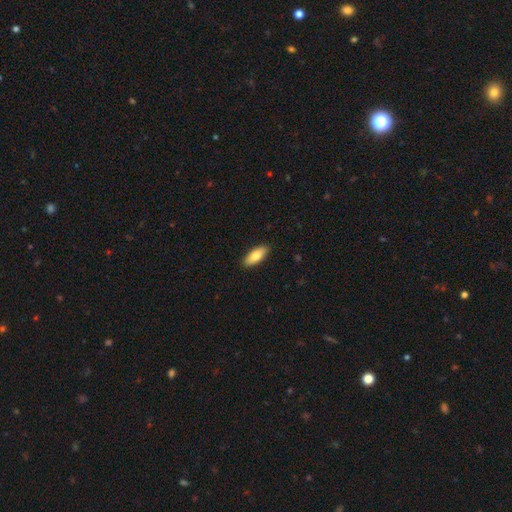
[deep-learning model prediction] Overall: smooth (81%). How rounded: in between (79%). Merging: none (90%).